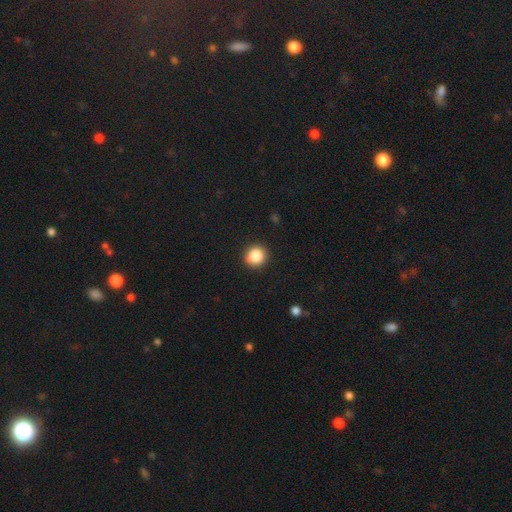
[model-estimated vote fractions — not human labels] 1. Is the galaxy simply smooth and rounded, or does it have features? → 85% smooth, 10% star or artifact, 4% featured or disk.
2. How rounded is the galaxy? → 91% round, 8% in between, 1% cigar-shaped.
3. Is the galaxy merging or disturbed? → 89% none, 8% minor disturbance, 2% major disturbance, 1% merger.